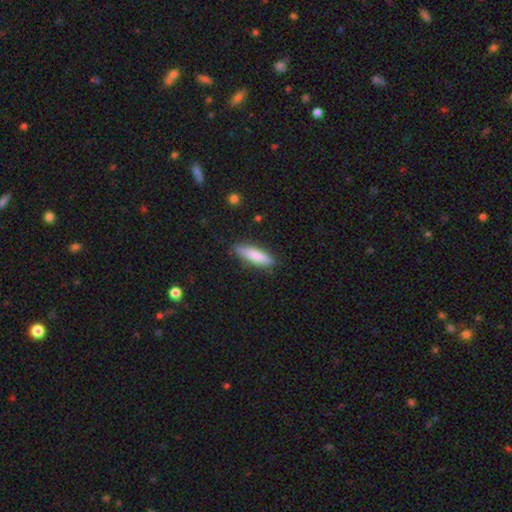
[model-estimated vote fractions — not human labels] Smooth or featured? smooth (79%)
How rounded? cigar-shaped (68%)
Merging? none (84%)